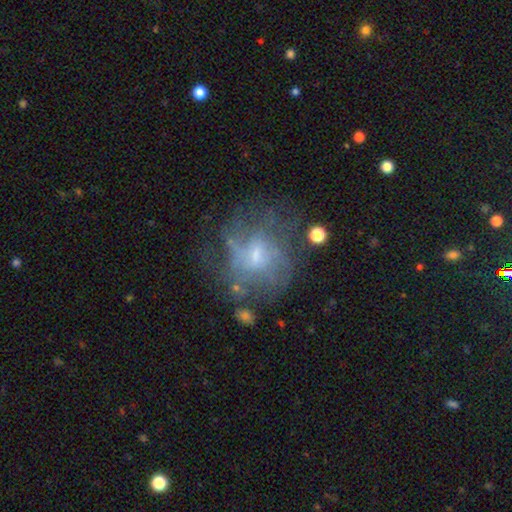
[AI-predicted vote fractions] Smooth or featured? featured or disk (64%)
Edge-on disk? no (97%)
Bar? no (54%)
Spiral arms? yes (57%)
Bulge size? small (58%)
Merging? none (53%)